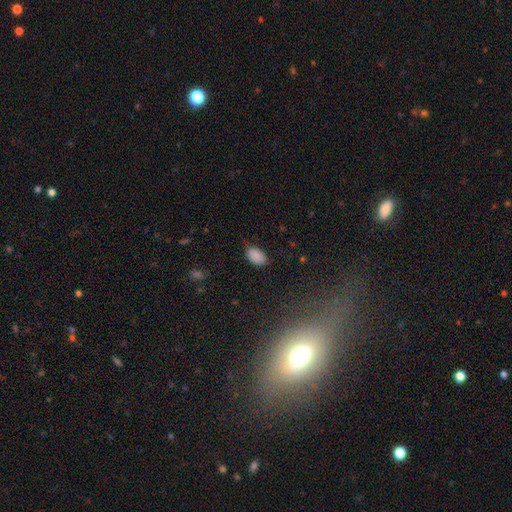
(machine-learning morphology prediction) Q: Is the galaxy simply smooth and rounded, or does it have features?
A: smooth — 86%.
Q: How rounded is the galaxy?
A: in between — 91%.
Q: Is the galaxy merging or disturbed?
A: none — 73%.